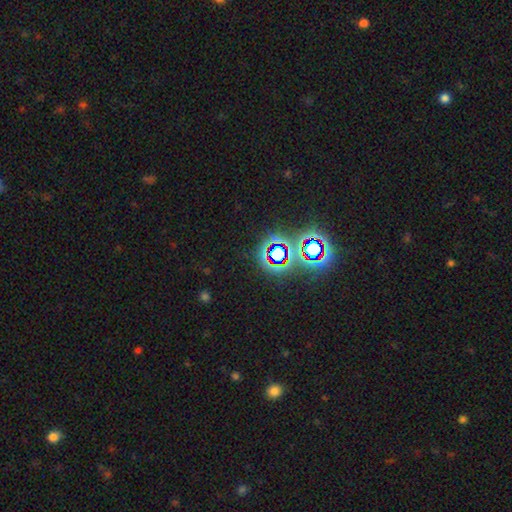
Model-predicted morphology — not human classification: This appears to be a star or artifact, not a galaxy (73%).